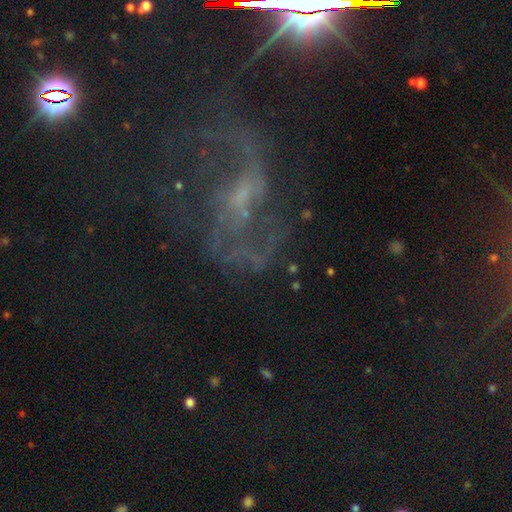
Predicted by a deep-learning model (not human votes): A featured or disk galaxy (71%) with a weak bar (45%), 2 (71%) loose (60%) spiral arms (77%) and a small central bulge (47%). Merging: none (47%).